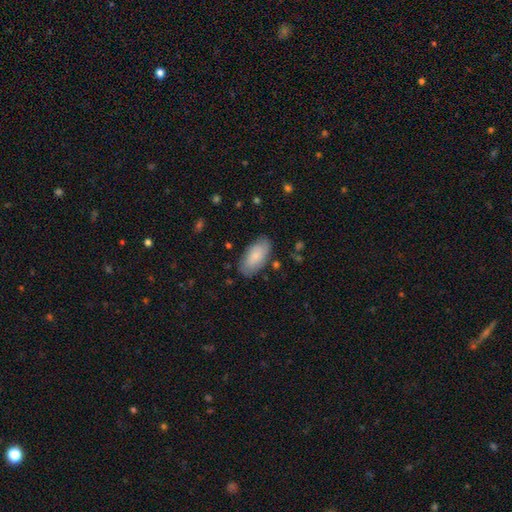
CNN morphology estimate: This appears to be a smooth galaxy with no disk features (74%) that is in between round and cigar-shaped (93%). Merging: none (78%).